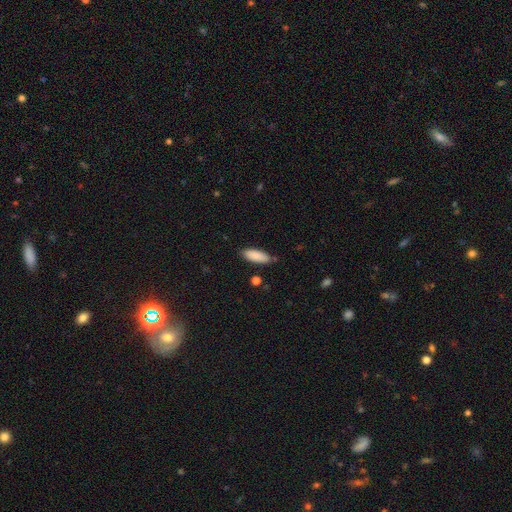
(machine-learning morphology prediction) A smooth galaxy with no disk features (88%) that is in between round and cigar-shaped (68%). Merging: none (82%).